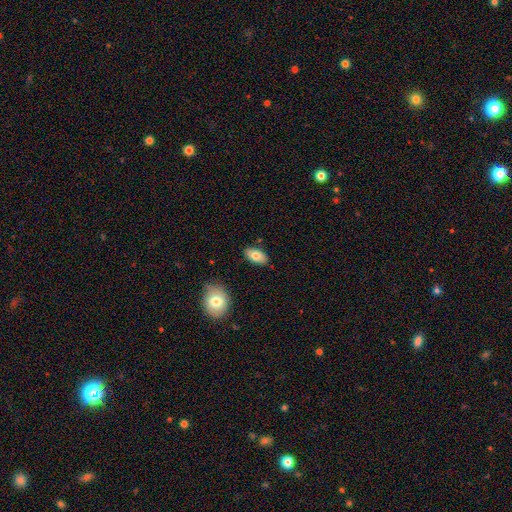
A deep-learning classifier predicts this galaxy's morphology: This appears to be a smooth galaxy with no disk features (77%) that is in between round and cigar-shaped (93%). Merging: none (85%).